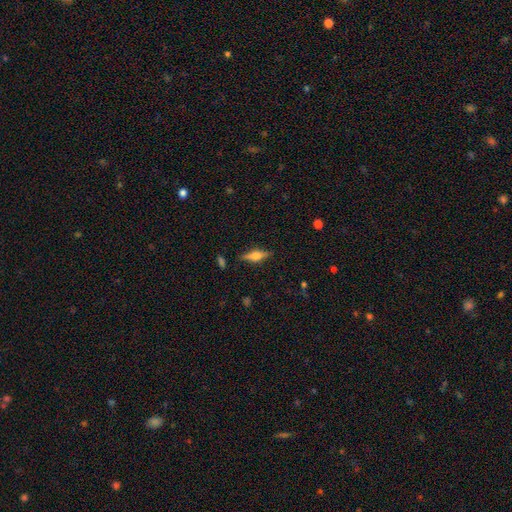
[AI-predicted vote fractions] The model was most divided on "smooth or featured": featured or disk: 59%, smooth: 33%, star or artifact: 8%. More confident: edge-on disk — yes (96%); edge-on bulge — rounded (89%); merging — none (86%).